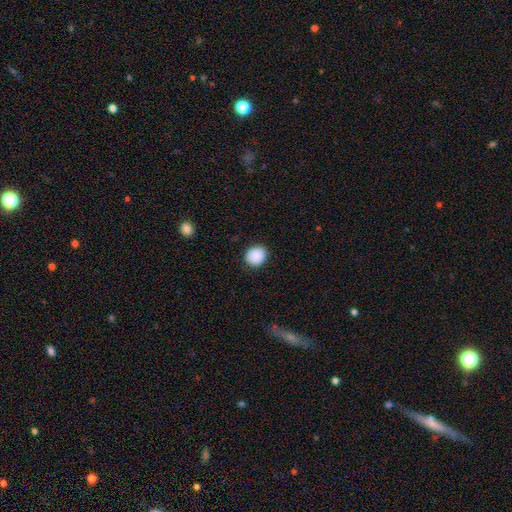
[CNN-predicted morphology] The model was most divided on "how rounded": round: 81%, in between: 18%, cigar-shaped: 1%. More confident: smooth or featured — smooth (89%); merging — none (88%).